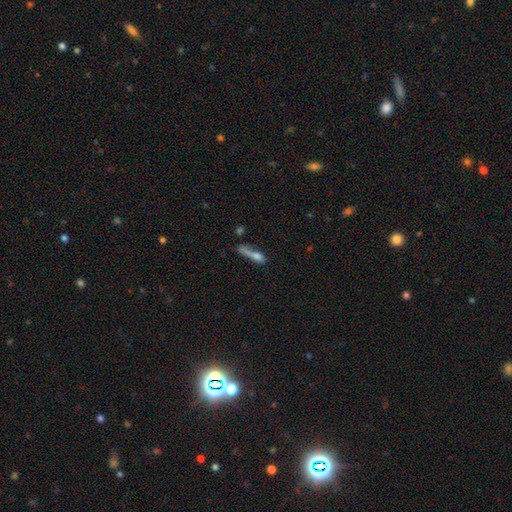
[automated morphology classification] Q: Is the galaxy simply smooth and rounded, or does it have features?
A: smooth — 54%.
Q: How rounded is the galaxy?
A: cigar-shaped — 77%.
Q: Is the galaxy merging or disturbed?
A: none — 37%.